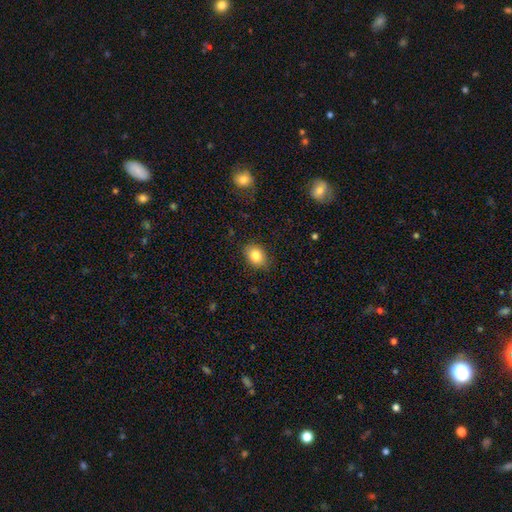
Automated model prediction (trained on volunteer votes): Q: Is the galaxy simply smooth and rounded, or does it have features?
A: smooth — 84%.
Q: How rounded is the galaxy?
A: in between — 65%.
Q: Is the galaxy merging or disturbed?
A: none — 86%.